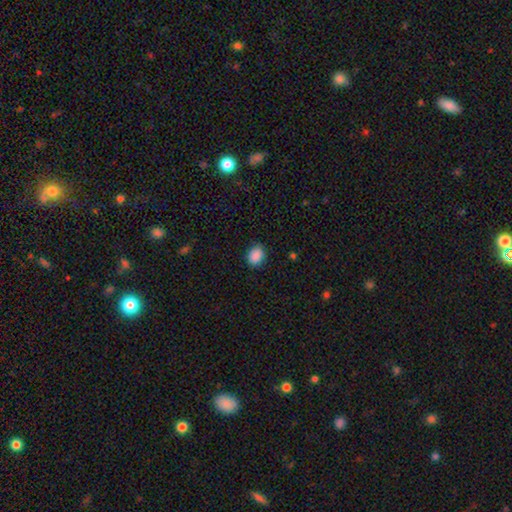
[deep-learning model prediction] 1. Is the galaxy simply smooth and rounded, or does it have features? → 89% smooth, 8% star or artifact, 2% featured or disk.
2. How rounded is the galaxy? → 59% in between, 40% round, 1% cigar-shaped.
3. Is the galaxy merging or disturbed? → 87% none, 10% minor disturbance, 2% major disturbance, 1% merger.